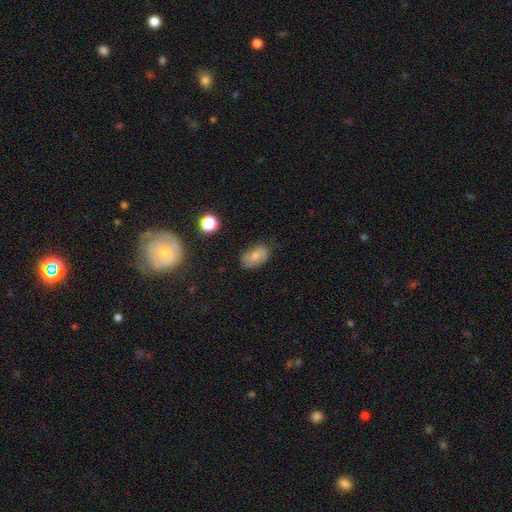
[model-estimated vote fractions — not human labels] This is possibly a smooth galaxy (55%). How rounded: clearly in between (83%). Merging: likely none (72%).